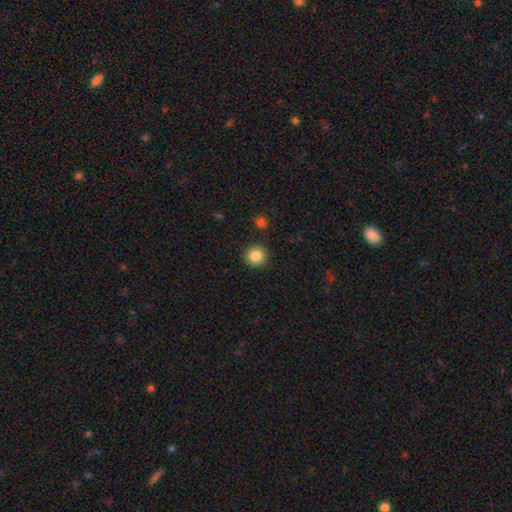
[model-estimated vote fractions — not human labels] smooth_or_featured: smooth (p=0.85) [alt: star or artifact p=0.10]
how_rounded: round (p=0.94) [alt: in between p=0.06]
merging: none (p=0.90) [alt: minor disturbance p=0.06]